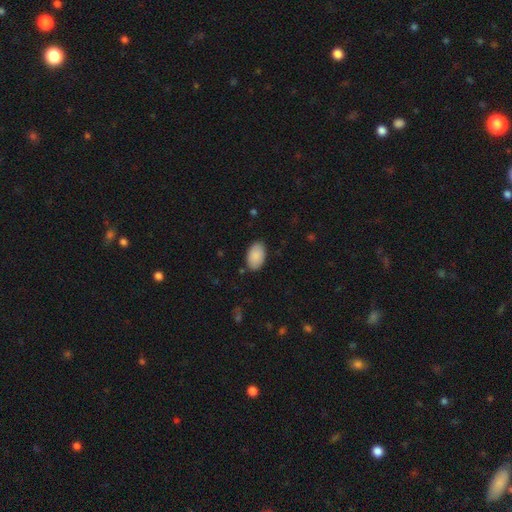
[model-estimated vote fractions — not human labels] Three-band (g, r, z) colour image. It shows a smooth galaxy with no disk features (90%) that is in between round and cigar-shaped (94%). Merging: none (86%).